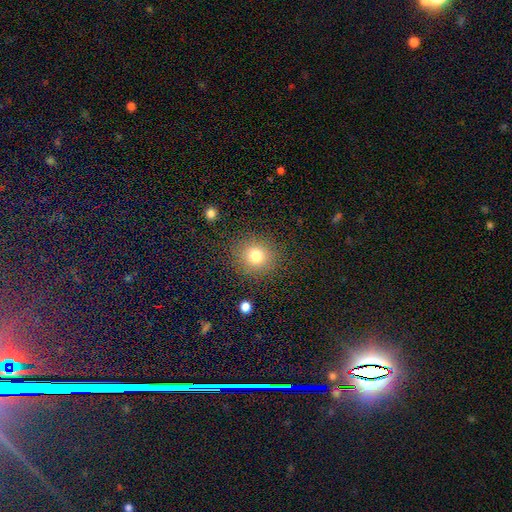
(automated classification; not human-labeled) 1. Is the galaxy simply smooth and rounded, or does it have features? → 77% smooth, 14% star or artifact, 8% featured or disk.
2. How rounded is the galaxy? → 89% round, 11% in between, 1% cigar-shaped.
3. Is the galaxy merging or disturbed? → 87% none, 8% minor disturbance, 4% major disturbance, 2% merger.